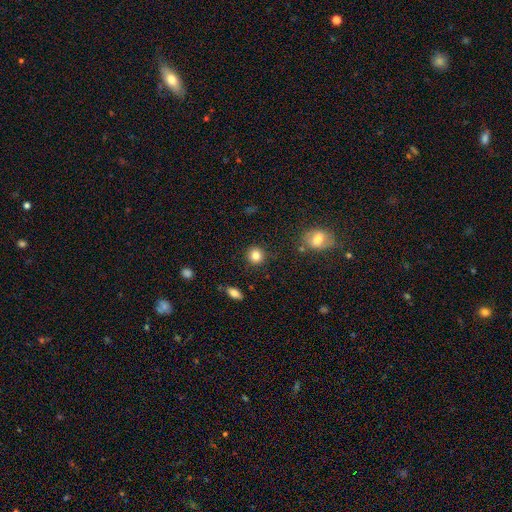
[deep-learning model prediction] A smooth galaxy with no disk features (83%) that is round (89%).

Vote fractions:
- Smooth or featured? smooth: 83% / star or artifact: 10% / featured or disk: 7%
- How rounded? round: 89% / in between: 10% / cigar-shaped: 1%
- Merging? none: 89% / minor disturbance: 7% / major disturbance: 2% / merger: 2%